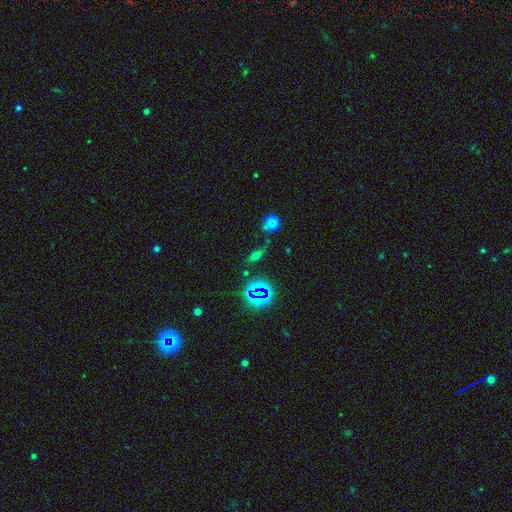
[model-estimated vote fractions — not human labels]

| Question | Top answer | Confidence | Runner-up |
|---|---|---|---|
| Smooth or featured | smooth | 47% | star or artifact (29%) |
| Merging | none | 73% | minor disturbance (15%) |